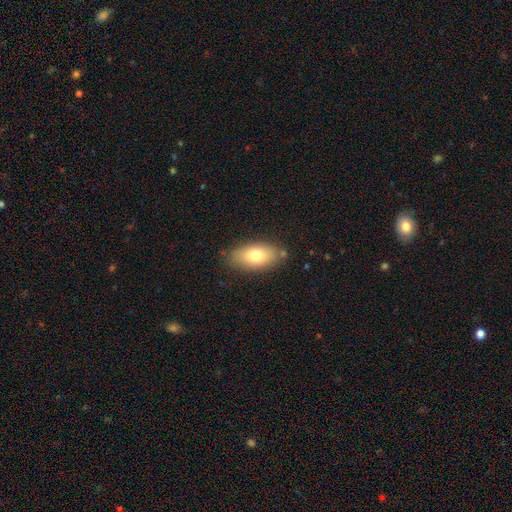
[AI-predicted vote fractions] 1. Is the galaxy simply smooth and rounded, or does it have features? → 75% smooth, 17% featured or disk, 8% star or artifact.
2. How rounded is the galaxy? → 89% in between, 6% cigar-shaped, 5% round.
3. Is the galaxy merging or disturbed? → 80% none, 14% minor disturbance, 3% major disturbance, 3% merger.